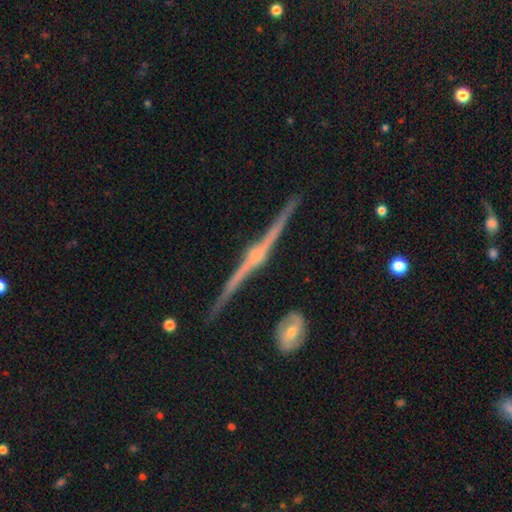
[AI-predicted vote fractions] Smooth or featured: featured or disk — 90% (star or artifact — 5%)
Edge-on disk: yes — 98% (no — 2%)
Edge-on bulge: rounded — 83% (boxy — 10%)
Merging: none — 86% (minor disturbance — 10%)